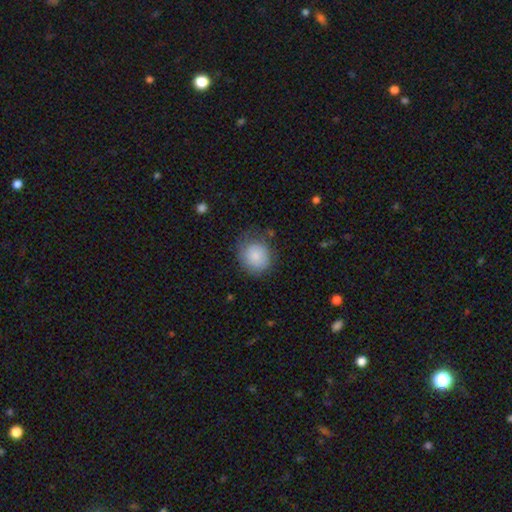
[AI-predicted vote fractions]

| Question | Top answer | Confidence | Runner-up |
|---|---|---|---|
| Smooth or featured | smooth | 85% | featured or disk (8%) |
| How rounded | round | 77% | in between (22%) |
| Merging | none | 59% | minor disturbance (27%) |